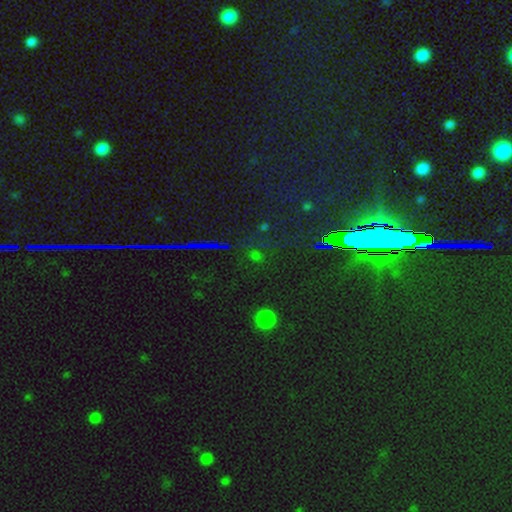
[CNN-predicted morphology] A star or artifact, not a galaxy (63%).